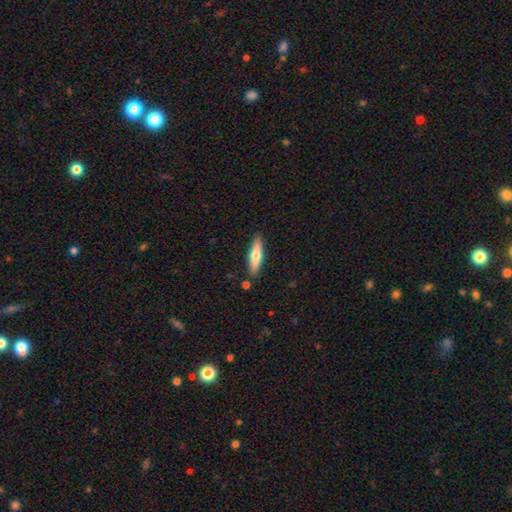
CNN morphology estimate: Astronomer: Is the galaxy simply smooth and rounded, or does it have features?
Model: smooth — 64%.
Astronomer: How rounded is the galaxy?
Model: cigar-shaped — 71%.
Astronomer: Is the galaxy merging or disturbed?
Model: none — 86%.